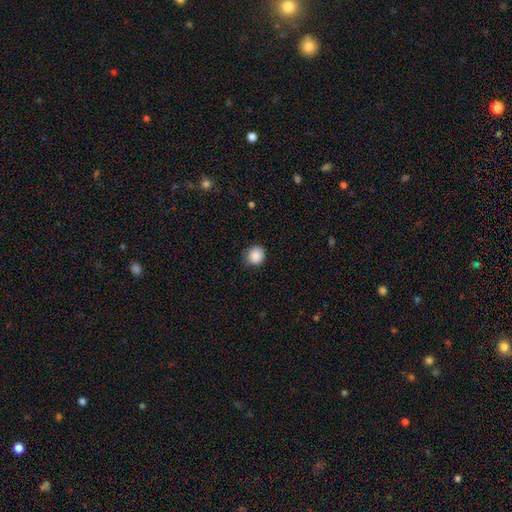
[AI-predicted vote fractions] A smooth galaxy with no disk features (87%) that is round (84%).

Vote fractions:
- Smooth or featured? smooth: 87% / star or artifact: 9% / featured or disk: 5%
- How rounded? round: 84% / in between: 15% / cigar-shaped: 1%
- Merging? none: 75% / minor disturbance: 20% / major disturbance: 4% / merger: 1%